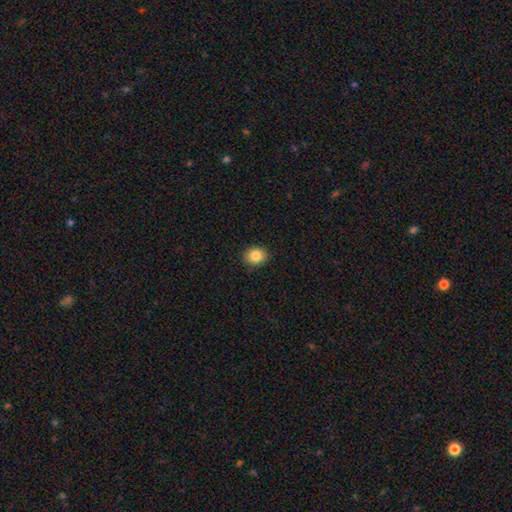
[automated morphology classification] type=smooth (86%); roundness=round (60%); merging=none (89%).